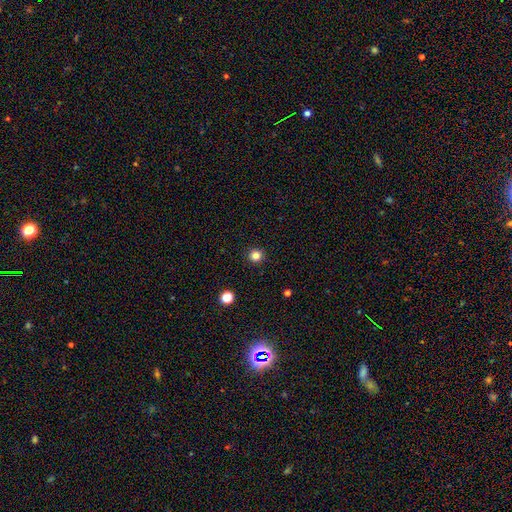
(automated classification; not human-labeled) A smooth galaxy with no disk features (82%) that is round (95%). Merging: none (93%).